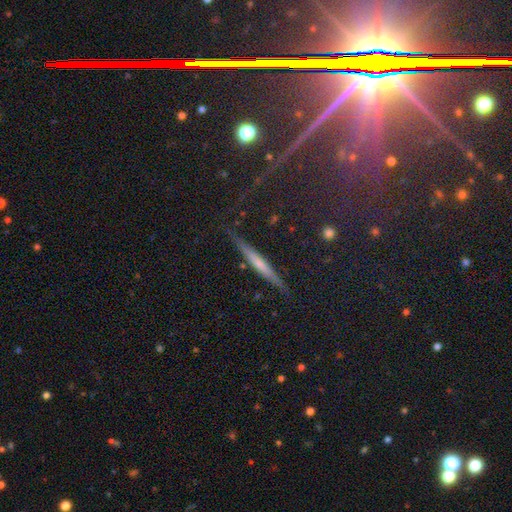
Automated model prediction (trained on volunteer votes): Smooth or featured: smooth — 45% (featured or disk — 43%)
Merging: none — 83% (minor disturbance — 12%)